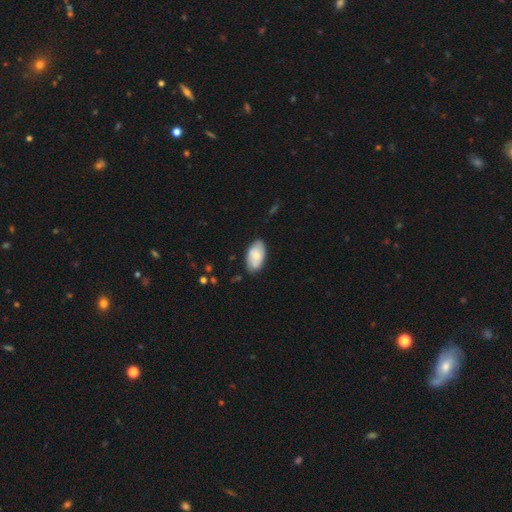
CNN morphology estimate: smooth_or_featured: smooth (p=0.68) [alt: featured or disk p=0.25]
how_rounded: in between (p=0.95) [alt: round p=0.03]
merging: none (p=0.79) [alt: minor disturbance p=0.17]